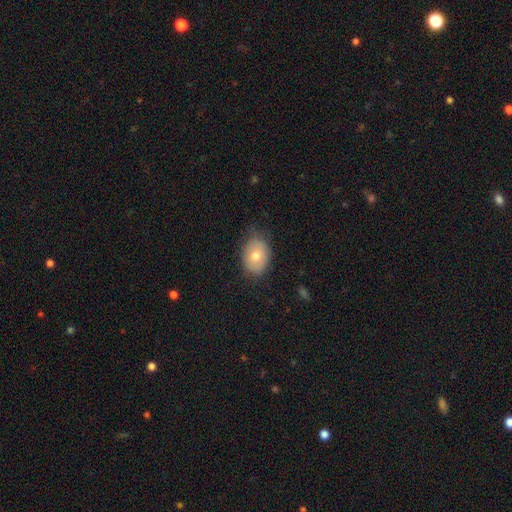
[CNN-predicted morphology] smooth_or_featured: smooth (p=0.70) [alt: featured or disk p=0.21]
how_rounded: in between (p=0.68) [alt: round p=0.31]
merging: none (p=0.72) [alt: minor disturbance p=0.22]